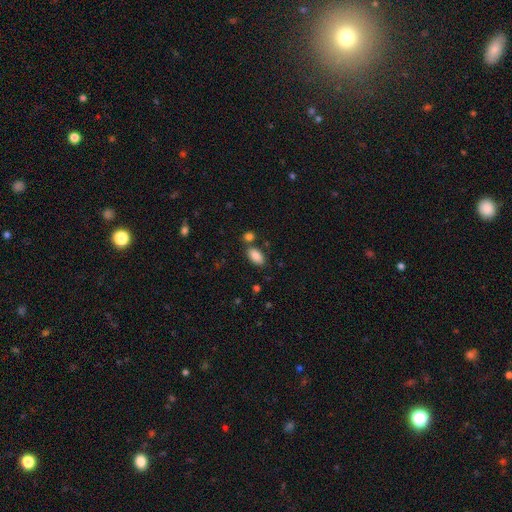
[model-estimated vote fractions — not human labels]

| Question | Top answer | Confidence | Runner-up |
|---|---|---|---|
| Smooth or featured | smooth | 87% | star or artifact (7%) |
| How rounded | in between | 93% | cigar-shaped (4%) |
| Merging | none | 73% | merger (13%) |